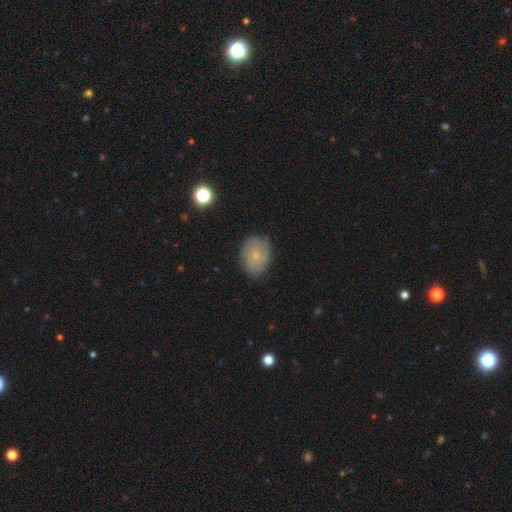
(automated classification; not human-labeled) smooth 61%, featured or disk 29%, star or artifact 10%. Down the decision tree: how rounded — in between (55%); merging — none (80%).